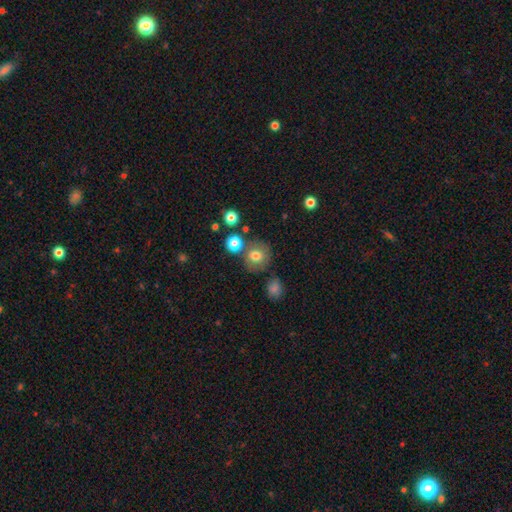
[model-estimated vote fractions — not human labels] Smooth or featured: smooth — 76% (featured or disk — 12%)
How rounded: round — 84% (in between — 15%)
Merging: none — 70% (minor disturbance — 13%)